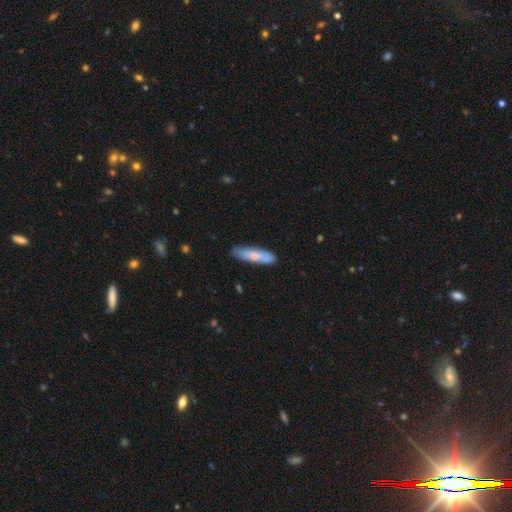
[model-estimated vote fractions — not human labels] smooth_or_featured: smooth (p=0.60) [alt: featured or disk p=0.34]
how_rounded: cigar-shaped (p=0.70) [alt: in between p=0.28]
merging: none (p=0.84) [alt: minor disturbance p=0.12]